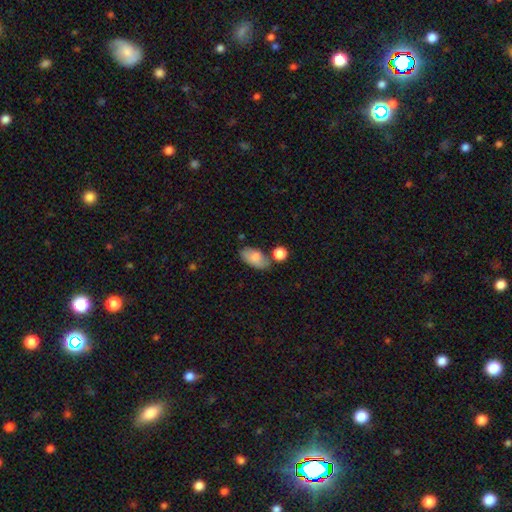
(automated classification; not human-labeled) Q: Smooth or featured?
A: smooth (78%); runner-up: featured or disk (15%)
Q: How rounded?
A: in between (92%); runner-up: round (5%)
Q: Merging?
A: none (58%); runner-up: minor disturbance (20%)